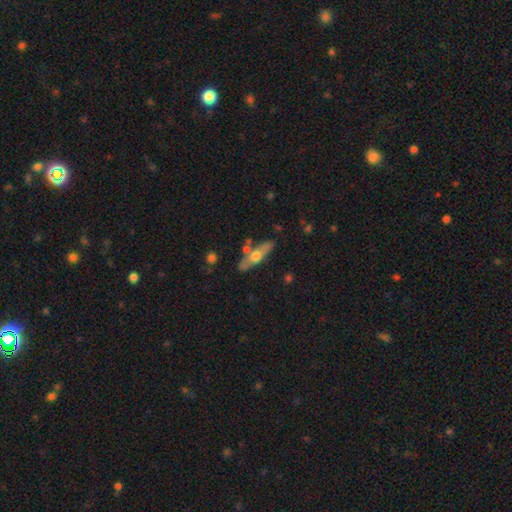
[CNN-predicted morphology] A featured or disk galaxy (52%) viewed edge-on (71%). Merging: none (73%).